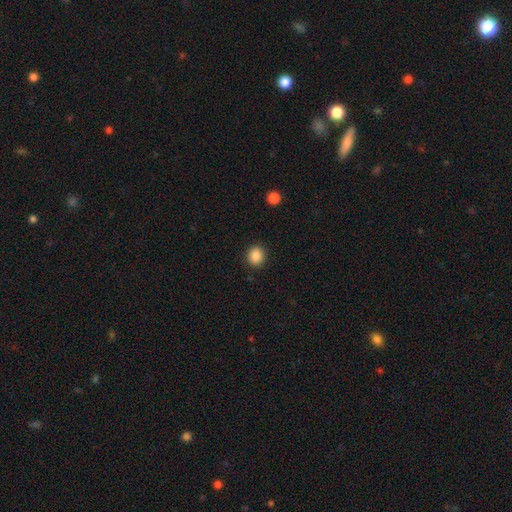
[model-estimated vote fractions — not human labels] smooth 87%, star or artifact 10%, featured or disk 4%. Down the decision tree: how rounded — round (83%); merging — none (91%).